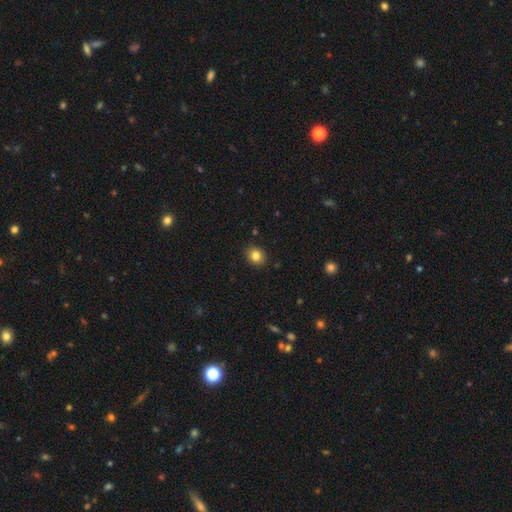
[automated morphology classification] Smooth or featured: smooth — 83% (star or artifact — 11%)
How rounded: round — 60% (in between — 39%)
Merging: none — 89% (minor disturbance — 8%)